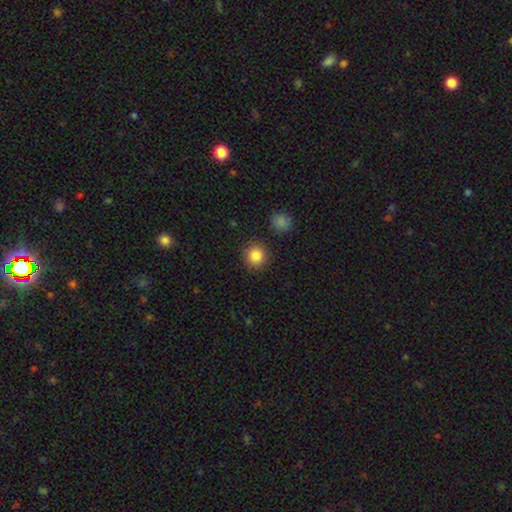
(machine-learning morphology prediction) The model was most divided on "smooth or featured": smooth: 85%, star or artifact: 10%, featured or disk: 5%. More confident: how rounded — round (93%); merging — none (89%).